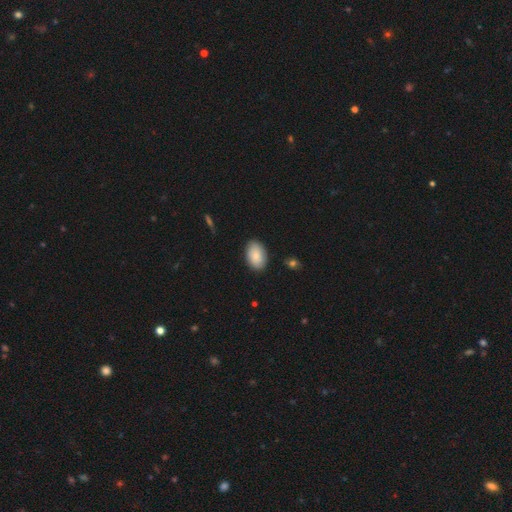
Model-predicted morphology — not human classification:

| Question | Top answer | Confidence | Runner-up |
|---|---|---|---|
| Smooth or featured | smooth | 77% | featured or disk (16%) |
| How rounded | in between | 88% | round (11%) |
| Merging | none | 83% | minor disturbance (13%) |